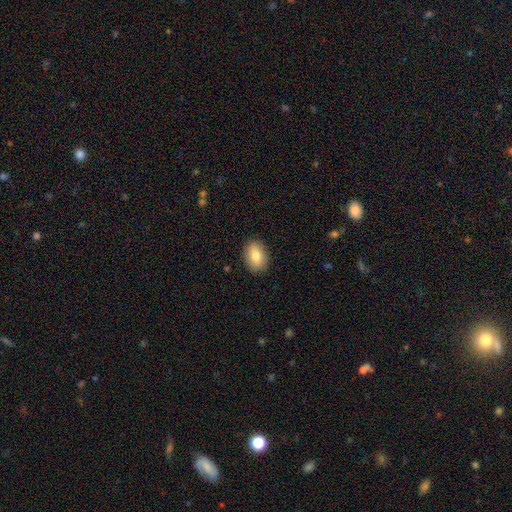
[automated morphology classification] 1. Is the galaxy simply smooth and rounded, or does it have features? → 77% smooth, 16% featured or disk, 8% star or artifact.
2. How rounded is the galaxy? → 77% in between, 21% round, 1% cigar-shaped.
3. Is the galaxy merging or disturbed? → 88% none, 8% minor disturbance, 2% major disturbance, 1% merger.